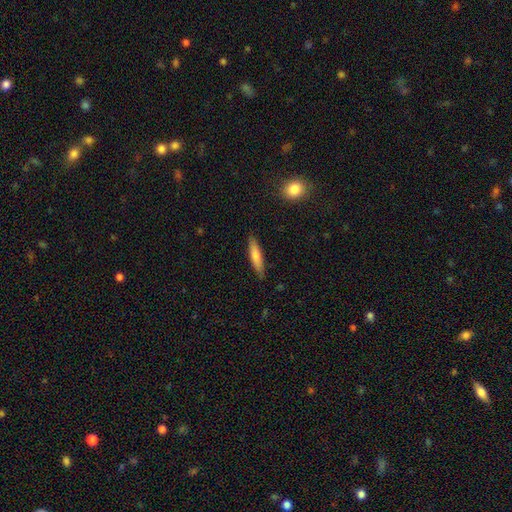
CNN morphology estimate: Smooth or featured?
  - smooth: 75% *
  - featured or disk: 19%
  - star or artifact: 6%
How rounded?
  - cigar-shaped: 82% *
  - in between: 16%
  - round: 1%
Merging?
  - none: 86% *
  - minor disturbance: 10%
  - major disturbance: 2%
  - merger: 1%